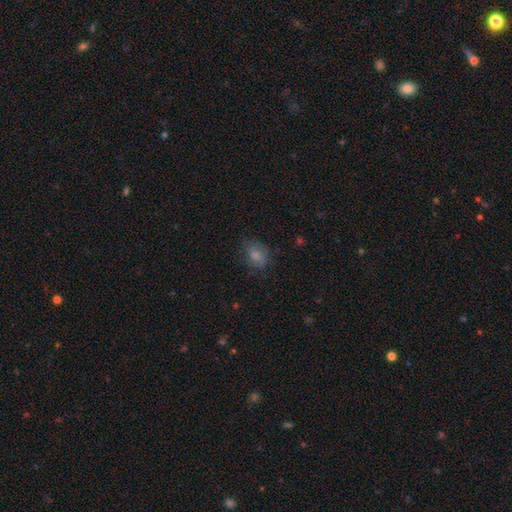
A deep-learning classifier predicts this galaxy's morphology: Smooth or featured?
  - smooth: 65% *
  - star or artifact: 19%
  - featured or disk: 16%
How rounded?
  - in between: 51% *
  - round: 48%
  - cigar-shaped: 1%
Merging?
  - none: 73% *
  - minor disturbance: 19%
  - major disturbance: 7%
  - merger: 1%